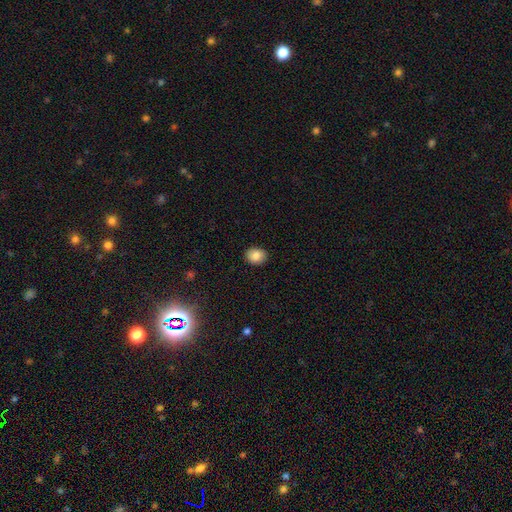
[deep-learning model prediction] A smooth galaxy with no disk features (85%) that is in between round and cigar-shaped (53%). Merging: none (90%).